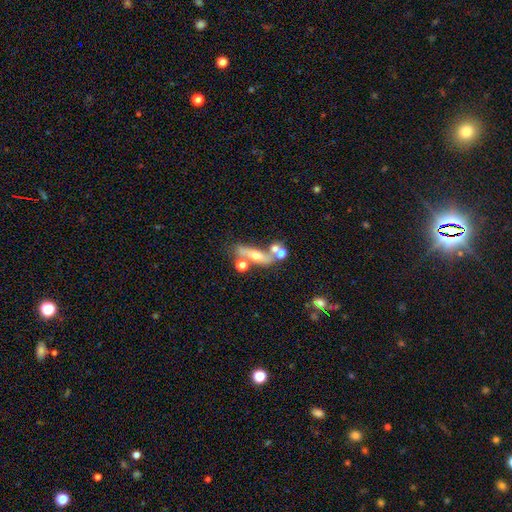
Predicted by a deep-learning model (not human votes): Smooth or featured? Predicted: featured or disk (p=0.53). Edge-on disk? Predicted: yes (p=0.57). Merging? Predicted: none (p=0.52).